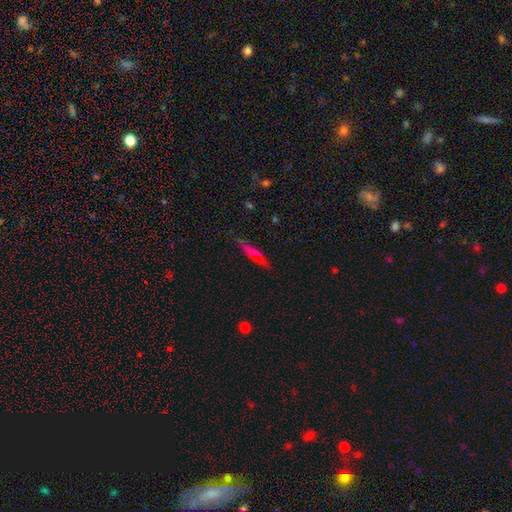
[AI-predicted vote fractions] Smooth or featured?
  - smooth: 54% *
  - featured or disk: 35%
  - star or artifact: 11%
How rounded?
  - cigar-shaped: 84% *
  - in between: 13%
  - round: 3%
Merging?
  - none: 85% *
  - minor disturbance: 11%
  - major disturbance: 2%
  - merger: 2%